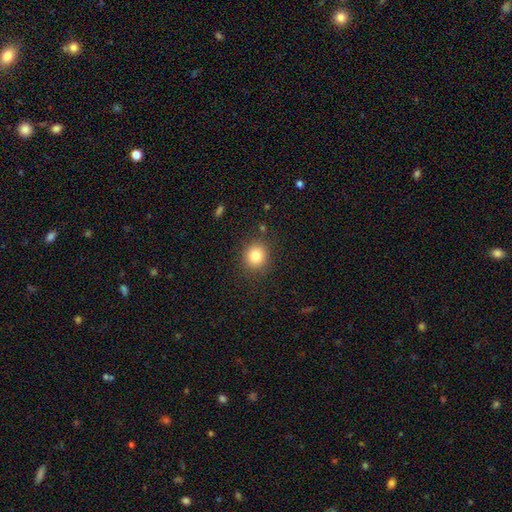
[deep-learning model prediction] Smooth or featured? Predicted: smooth (p=0.82). How rounded? Predicted: round (p=0.86). Merging? Predicted: none (p=0.87).